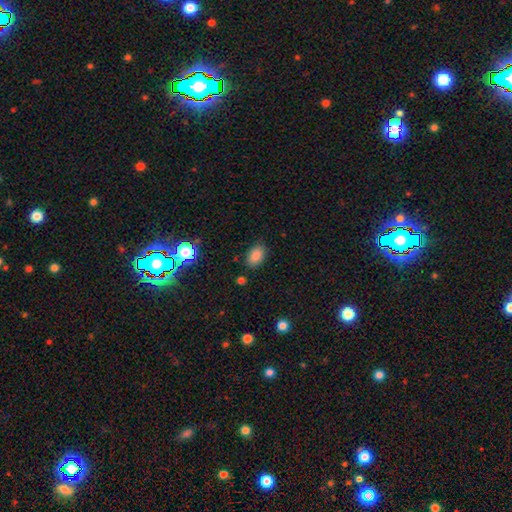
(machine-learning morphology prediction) smooth 84%, star or artifact 11%, featured or disk 6%. Down the decision tree: how rounded — in between (89%); merging — none (83%).